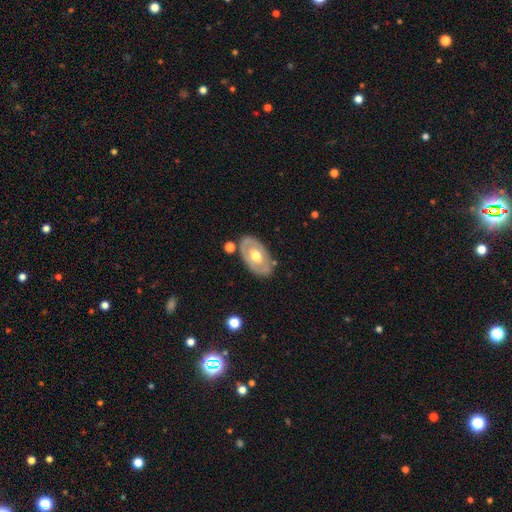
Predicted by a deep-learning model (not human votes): A featured or disk galaxy (56%). Merging: none (77%).